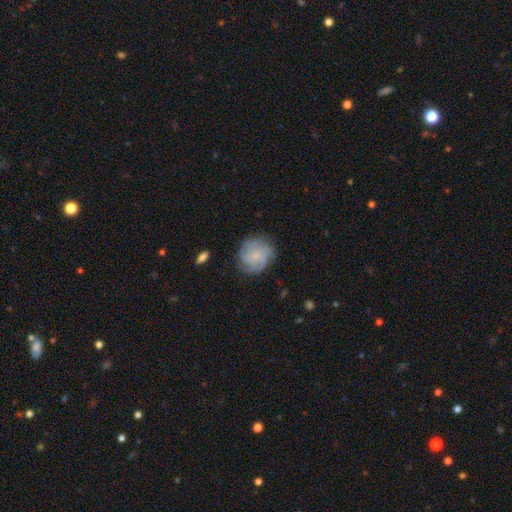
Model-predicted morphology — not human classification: smooth-or-featured: featured or disk: 65% | smooth: 28% | star or artifact: 8%
  disk-edge-on: no: 98% | yes: 2%
    bar: no: 77% | weak: 20% | strong: 2%
    has-spiral-arms: yes: 93% | no: 7%
      spiral-winding: tight: 57% | medium: 33% | loose: 10%
      spiral-arm-count: can't tell: 29% | 3: 25% | 4: 22% | 2: 11% | more than 4: 7% | 1: 6%
    bulge-size: small: 73% | moderate: 17% | none: 8% | large: 1% | dominant: 1%
  merging: none: 79% | minor disturbance: 15% | major disturbance: 5% | merger: 1%